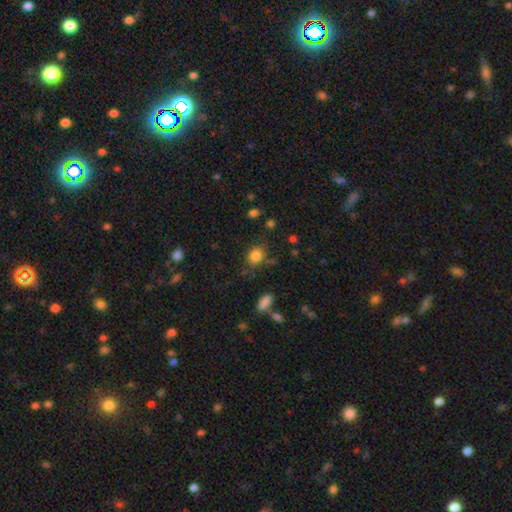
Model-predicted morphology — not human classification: This appears to be a smooth galaxy with no disk features (83%) that is in between round and cigar-shaped (53%). Merging: none (73%).